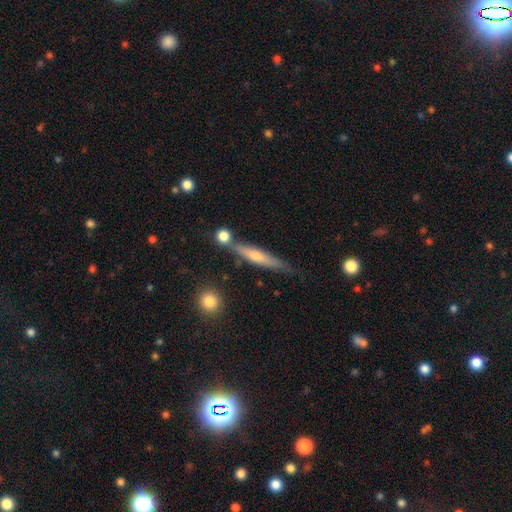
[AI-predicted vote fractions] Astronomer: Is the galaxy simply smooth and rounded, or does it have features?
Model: smooth — 48% (runner-up: featured or disk, 45%).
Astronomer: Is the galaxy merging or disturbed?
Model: none — 68%.